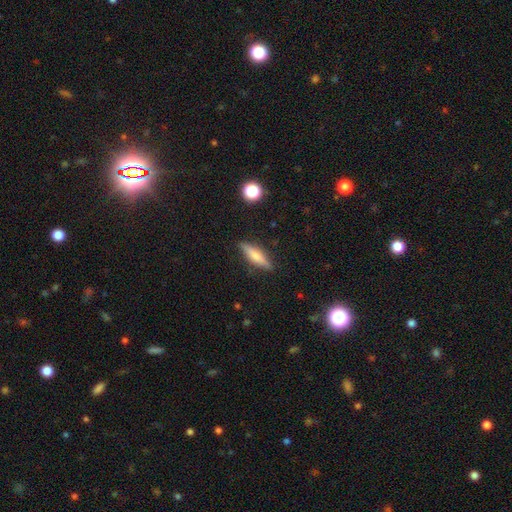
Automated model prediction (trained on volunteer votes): Smooth or featured: smooth — 51% (featured or disk — 42%)
How rounded: cigar-shaped — 71% (in between — 27%)
Merging: none — 87% (minor disturbance — 10%)